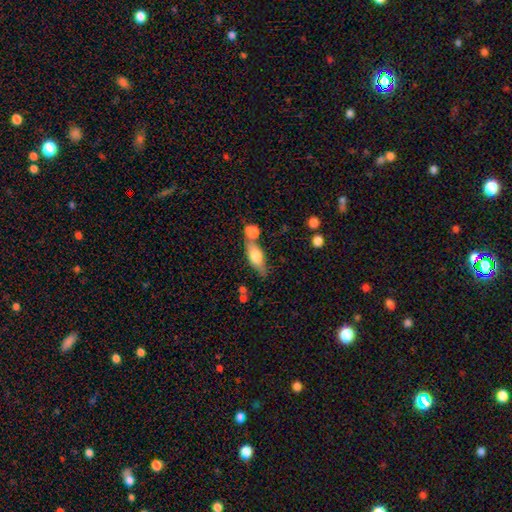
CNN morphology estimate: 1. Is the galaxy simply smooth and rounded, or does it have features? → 62% smooth, 32% featured or disk, 7% star or artifact.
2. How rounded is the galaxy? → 64% in between, 31% cigar-shaped, 5% round.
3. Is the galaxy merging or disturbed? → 49% none, 34% merger, 13% minor disturbance, 5% major disturbance.